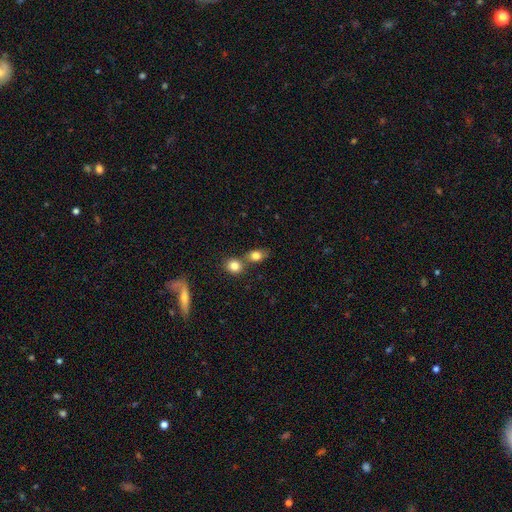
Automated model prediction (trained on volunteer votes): Morphology: type=smooth (81%); roundness=in between (61%); merging=none (46%).